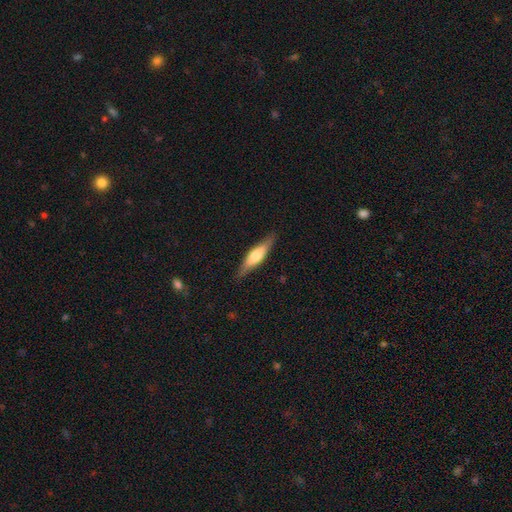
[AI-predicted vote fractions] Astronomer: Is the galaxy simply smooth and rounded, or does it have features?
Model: featured or disk — 48% (runner-up: smooth, 46%).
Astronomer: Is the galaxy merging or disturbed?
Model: none — 87%.